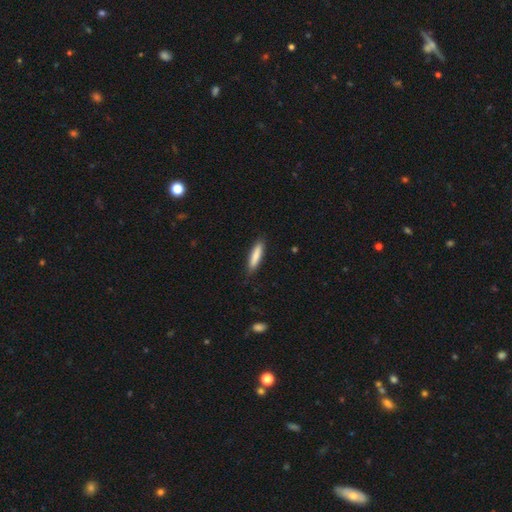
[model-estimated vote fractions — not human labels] smooth_or_featured: smooth (p=0.84) [alt: featured or disk p=0.10]
how_rounded: cigar-shaped (p=0.81) [alt: in between p=0.17]
merging: none (p=0.87) [alt: minor disturbance p=0.10]